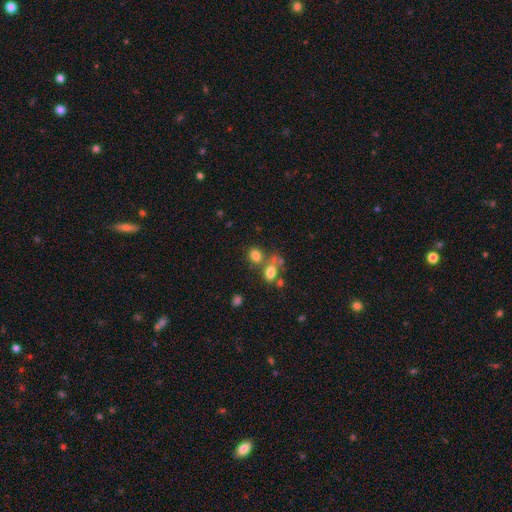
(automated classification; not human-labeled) smooth_or_featured: smooth (p=0.77) [alt: star or artifact p=0.13]
how_rounded: in between (p=0.59) [alt: round p=0.39]
merging: none (p=0.47) [alt: merger p=0.34]